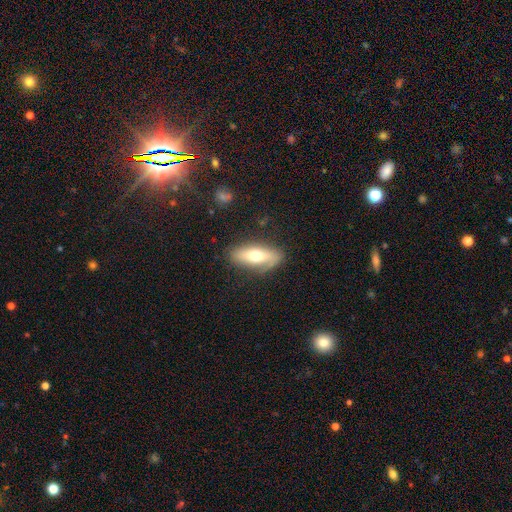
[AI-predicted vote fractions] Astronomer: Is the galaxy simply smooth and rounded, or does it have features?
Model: smooth — 59% (runner-up: featured or disk, 34%).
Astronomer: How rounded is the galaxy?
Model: in between — 71%.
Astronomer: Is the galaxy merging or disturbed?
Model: none — 76%.